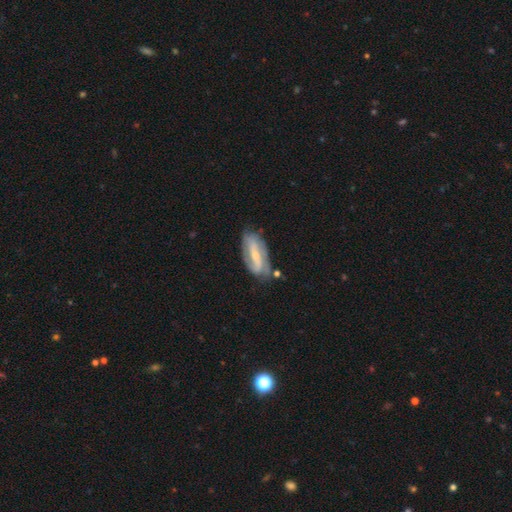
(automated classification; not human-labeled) Q: Smooth or featured?
A: featured or disk (77%); runner-up: smooth (17%)
Q: Edge-on disk?
A: no (91%); runner-up: yes (9%)
Q: Bar?
A: strong (53%); runner-up: weak (30%)
Q: Spiral arms?
A: yes (88%); runner-up: no (12%)
Q: Spiral winding?
A: medium (39%); runner-up: loose (34%)
Q: Spiral arm count?
A: 2 (81%); runner-up: can't tell (11%)
Q: Bulge size?
A: small (61%); runner-up: moderate (34%)
Q: Merging?
A: none (68%); runner-up: minor disturbance (21%)